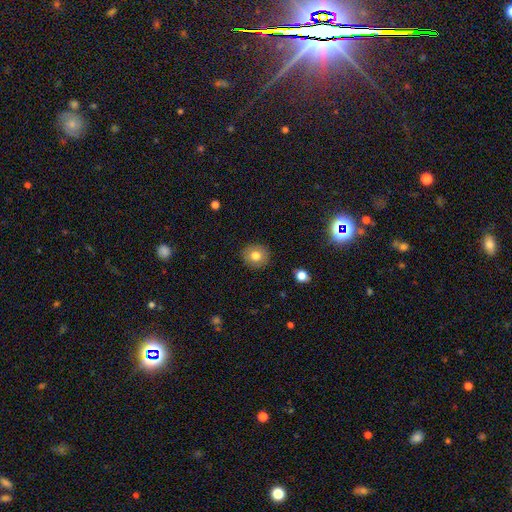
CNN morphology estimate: Q: Smooth or featured?
A: smooth (76%); runner-up: featured or disk (13%)
Q: How rounded?
A: round (85%); runner-up: in between (14%)
Q: Merging?
A: none (88%); runner-up: minor disturbance (9%)